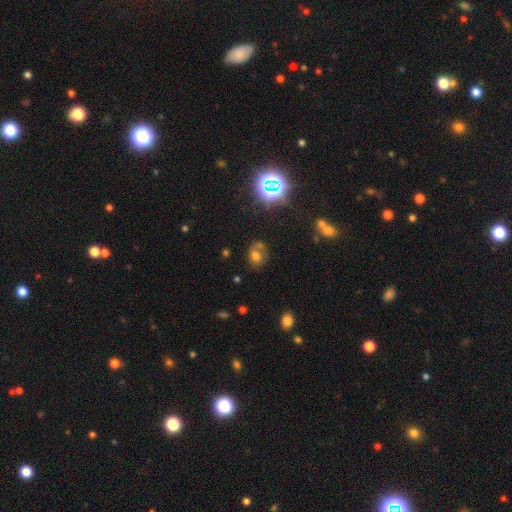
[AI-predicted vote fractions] Smooth or featured? smooth (60%)
How rounded? round (53%)
Merging? none (54%)